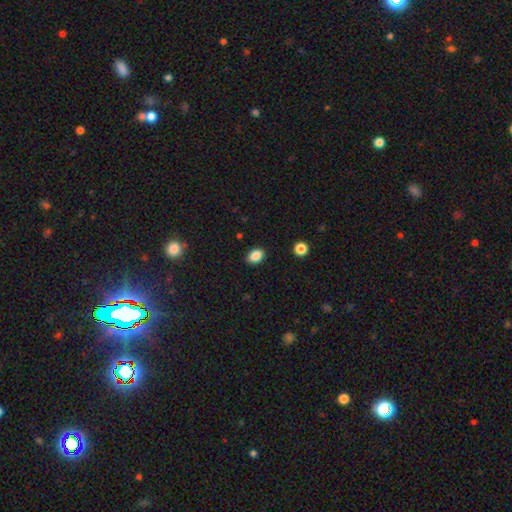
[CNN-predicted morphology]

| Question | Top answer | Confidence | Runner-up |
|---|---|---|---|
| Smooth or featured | smooth | 86% | star or artifact (10%) |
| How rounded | in between | 77% | round (21%) |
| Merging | none | 89% | minor disturbance (8%) |